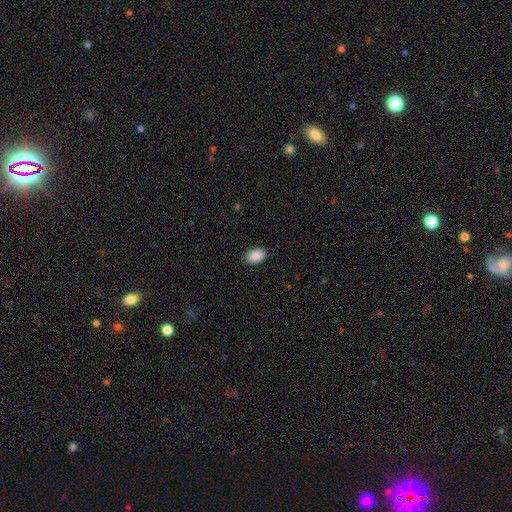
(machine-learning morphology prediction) Smooth or featured: smooth — 91% (star or artifact — 7%)
How rounded: in between — 90% (round — 9%)
Merging: none — 88% (minor disturbance — 9%)